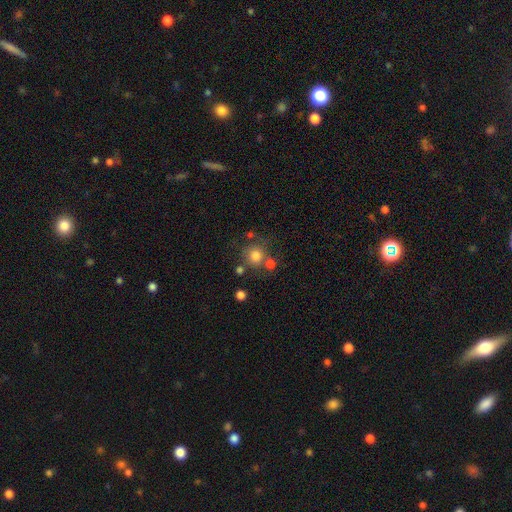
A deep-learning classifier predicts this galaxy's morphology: smooth-or-featured: smooth: 78% | star or artifact: 12% | featured or disk: 10%
  how-rounded: round: 90% | in between: 9% | cigar-shaped: 1%
  merging: none: 64% | merger: 18% | minor disturbance: 12% | major disturbance: 6%